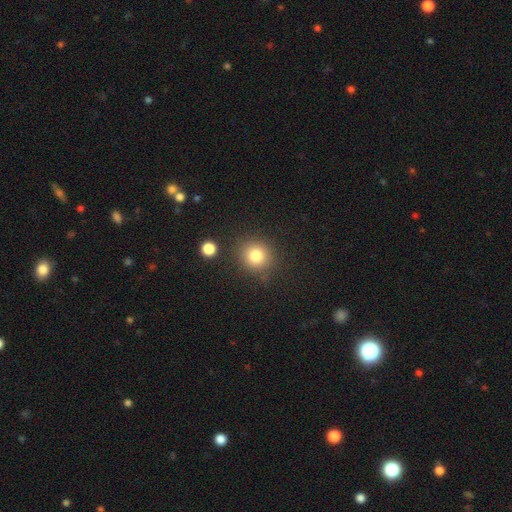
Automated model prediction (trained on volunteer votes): A smooth galaxy with no disk features (81%) that is round (90%). Merging: none (84%).